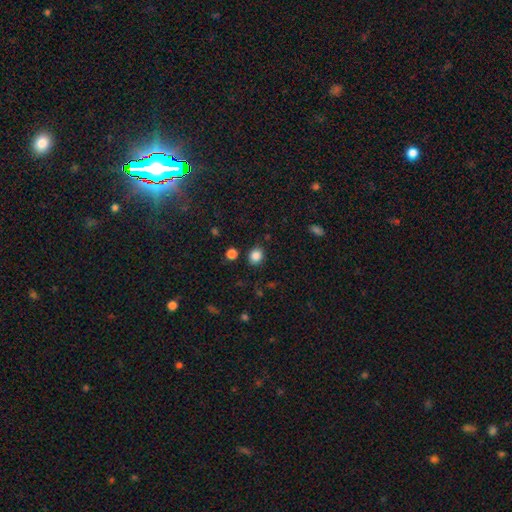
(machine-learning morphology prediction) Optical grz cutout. It shows a smooth galaxy with no disk features (85%) that is round (71%). Merging: none (84%).